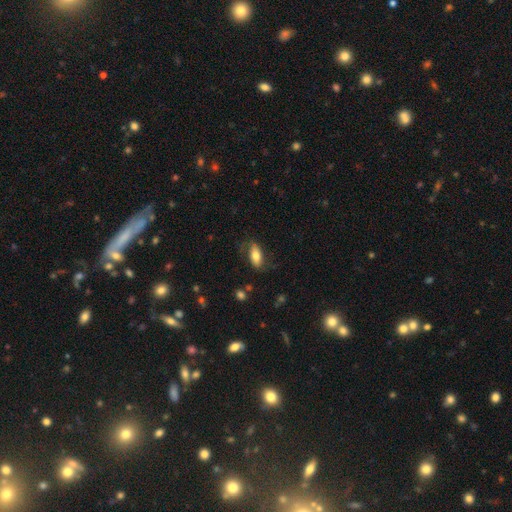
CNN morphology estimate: Overall: smooth (71%). How rounded: in between (85%). Merging: none (68%).